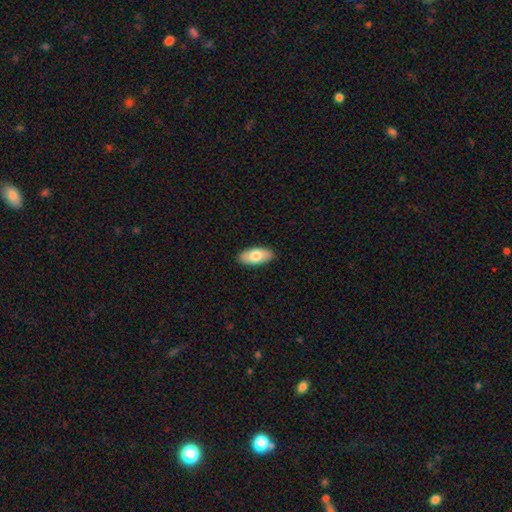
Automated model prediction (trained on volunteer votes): Smooth or featured? smooth (78%)
How rounded? in between (92%)
Merging? none (90%)